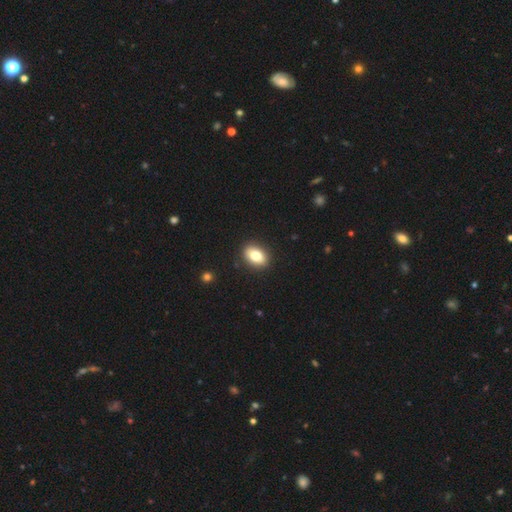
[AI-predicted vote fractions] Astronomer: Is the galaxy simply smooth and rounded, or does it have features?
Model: smooth — 80%.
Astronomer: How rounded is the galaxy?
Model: in between — 81%.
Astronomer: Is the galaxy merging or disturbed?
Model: none — 90%.